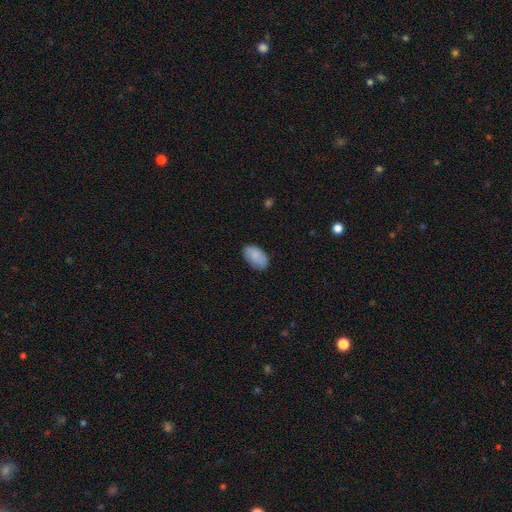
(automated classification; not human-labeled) smooth_or_featured: smooth (p=0.84) [alt: featured or disk p=0.10]
how_rounded: in between (p=0.93) [alt: round p=0.06]
merging: none (p=0.80) [alt: minor disturbance p=0.16]